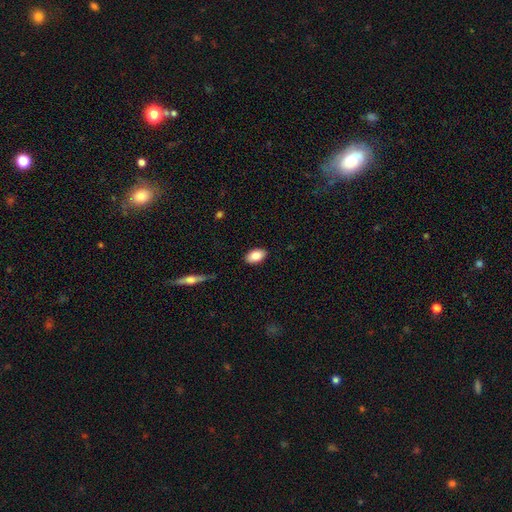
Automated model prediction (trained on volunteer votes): smooth 83%, featured or disk 10%, star or artifact 7%. Down the decision tree: how rounded — in between (92%); merging — none (88%).